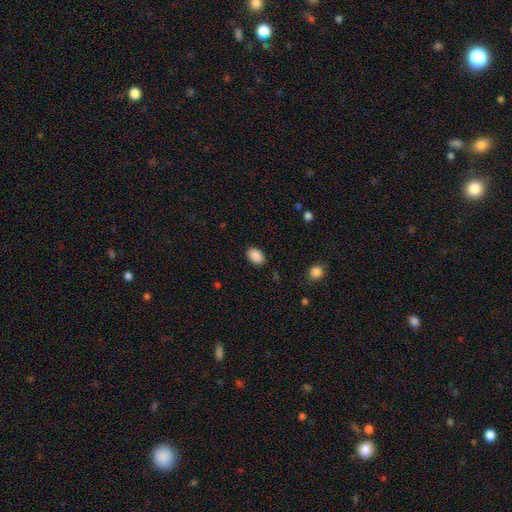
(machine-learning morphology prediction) smooth-or-featured: smooth: 89% | star or artifact: 8% | featured or disk: 3%
  how-rounded: in between: 84% | round: 15% | cigar-shaped: 1%
  merging: none: 86% | minor disturbance: 11% | major disturbance: 3% | merger: 1%